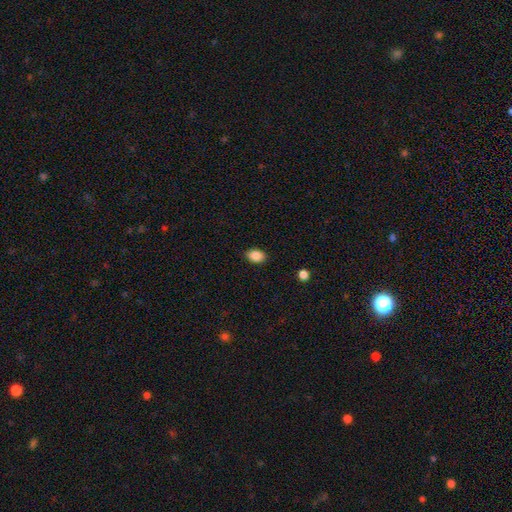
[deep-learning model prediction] Smooth or featured? Predicted: smooth (p=0.88). How rounded? Predicted: in between (p=0.81). Merging? Predicted: none (p=0.87).